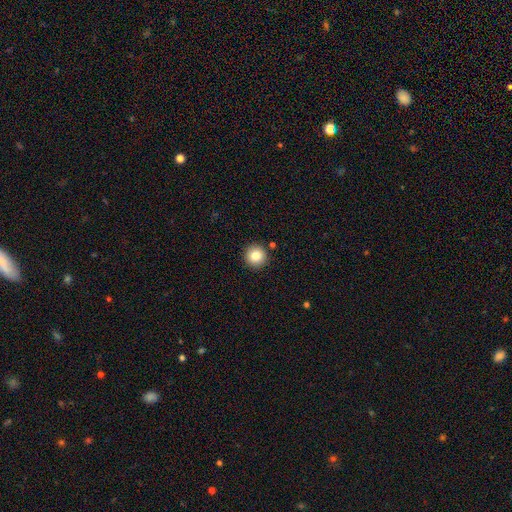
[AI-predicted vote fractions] The model was most divided on "smooth or featured": smooth: 82%, star or artifact: 10%, featured or disk: 7%. More confident: how rounded — round (95%); merging — none (90%).